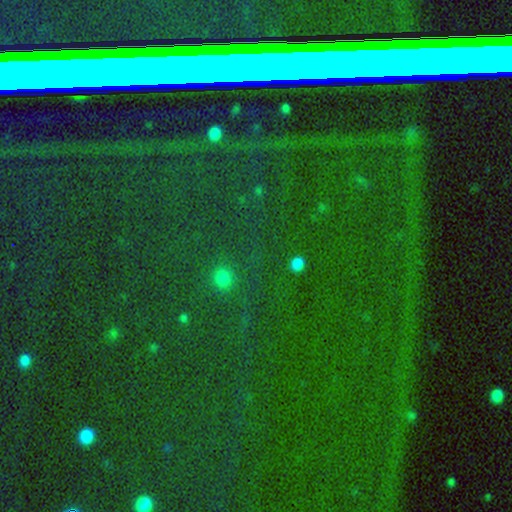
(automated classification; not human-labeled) Q: Smooth or featured?
A: star or artifact (78%); runner-up: smooth (13%)